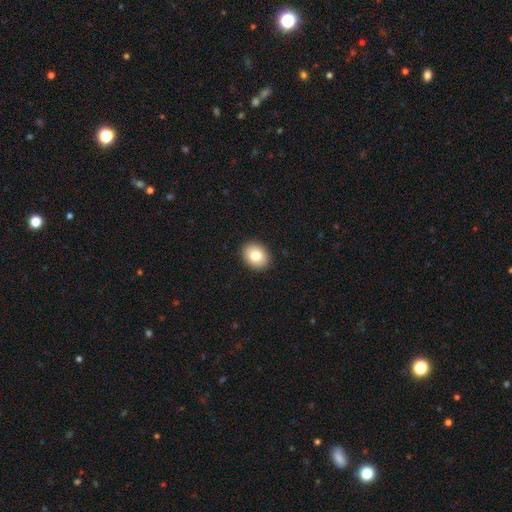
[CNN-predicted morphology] The model was most divided on "how rounded": in between: 53%, round: 46%, cigar-shaped: 1%. More confident: merging — none (91%); smooth or featured — smooth (81%).